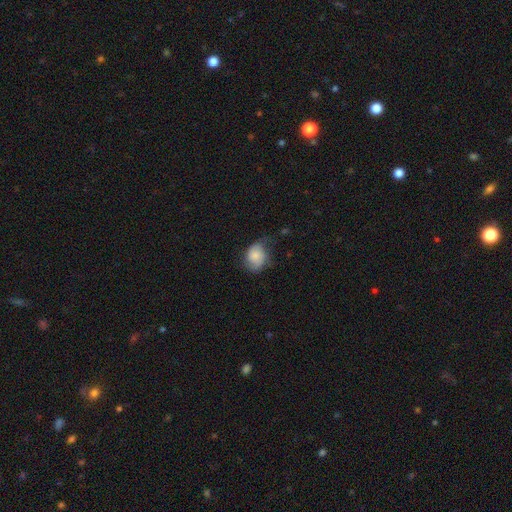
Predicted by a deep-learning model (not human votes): A smooth galaxy with no disk features (74%) that is in between round and cigar-shaped (55%).

Vote fractions:
- Smooth or featured? smooth: 74% / featured or disk: 19% / star or artifact: 8%
- How rounded? in between: 55% / round: 44% / cigar-shaped: 1%
- Merging? none: 47% / minor disturbance: 37% / major disturbance: 14% / merger: 2%